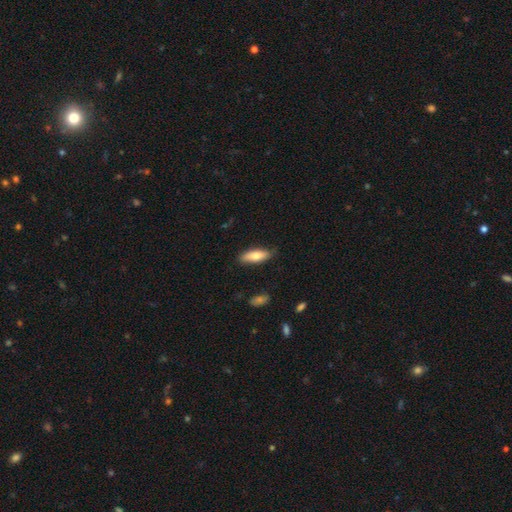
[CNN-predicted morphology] smooth 76%, featured or disk 18%, star or artifact 6%. Down the decision tree: how rounded — in between (61%); merging — none (82%).